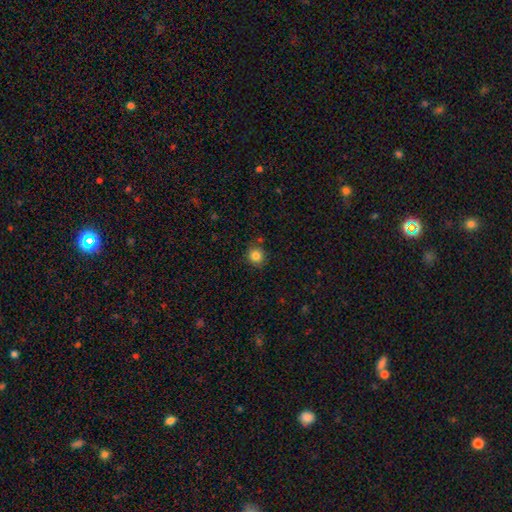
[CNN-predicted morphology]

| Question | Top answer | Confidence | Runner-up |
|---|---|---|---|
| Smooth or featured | smooth | 83% | star or artifact (12%) |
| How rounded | round | 91% | in between (8%) |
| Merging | none | 85% | minor disturbance (10%) |